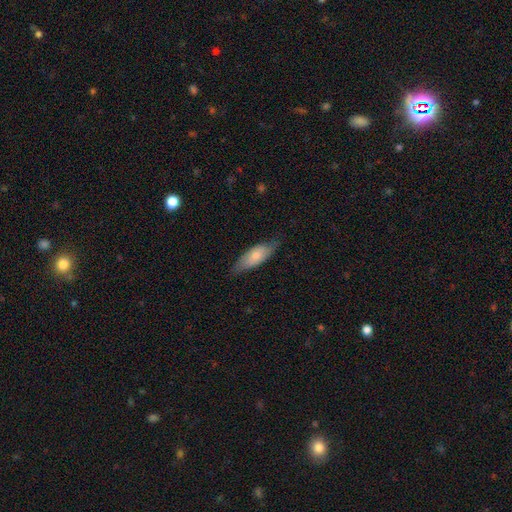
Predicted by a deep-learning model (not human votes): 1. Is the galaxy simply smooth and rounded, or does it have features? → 70% smooth, 24% featured or disk, 6% star or artifact.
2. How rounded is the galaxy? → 71% in between, 27% cigar-shaped, 2% round.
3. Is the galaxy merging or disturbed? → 74% none, 21% minor disturbance, 4% major disturbance, 1% merger.